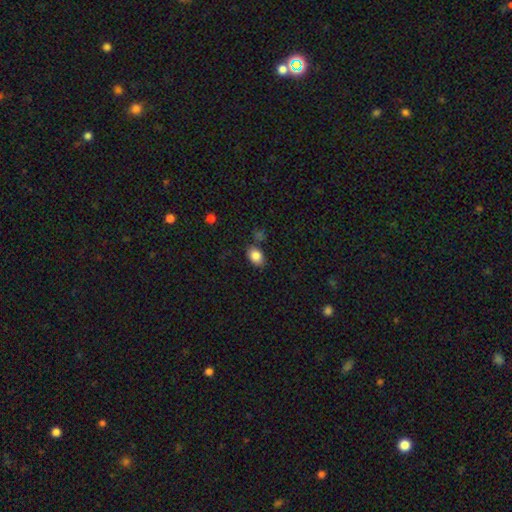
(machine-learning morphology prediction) Smooth or featured? smooth (85%)
How rounded? in between (79%)
Merging? none (75%)